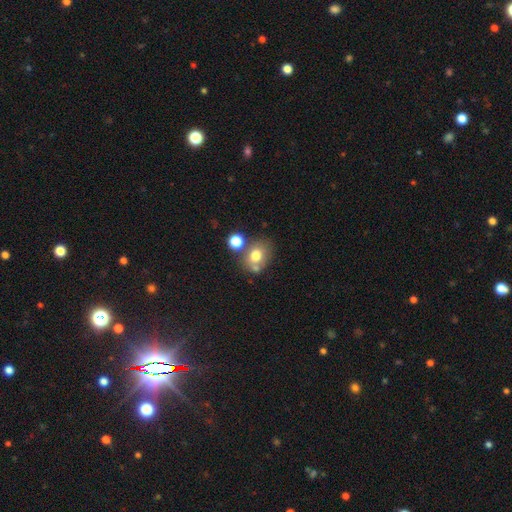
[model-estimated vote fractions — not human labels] Smooth or featured?
  - smooth: 72% *
  - featured or disk: 15%
  - star or artifact: 12%
How rounded?
  - round: 59% *
  - in between: 40%
  - cigar-shaped: 1%
Merging?
  - none: 55% *
  - merger: 25%
  - minor disturbance: 14%
  - major disturbance: 6%